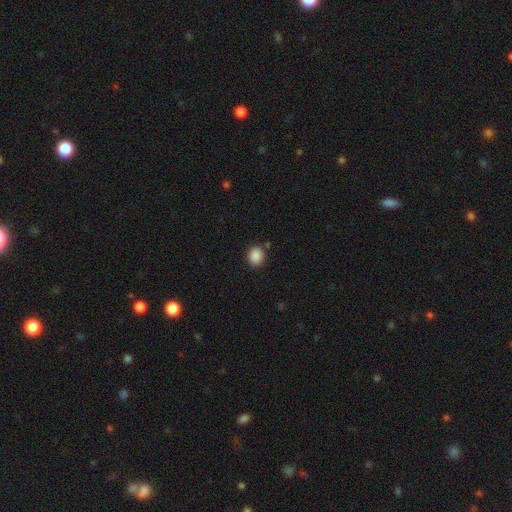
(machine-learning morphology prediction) smooth_or_featured: smooth (p=0.88) [alt: star or artifact p=0.09]
how_rounded: round (p=0.60) [alt: in between p=0.39]
merging: none (p=0.83) [alt: minor disturbance p=0.11]